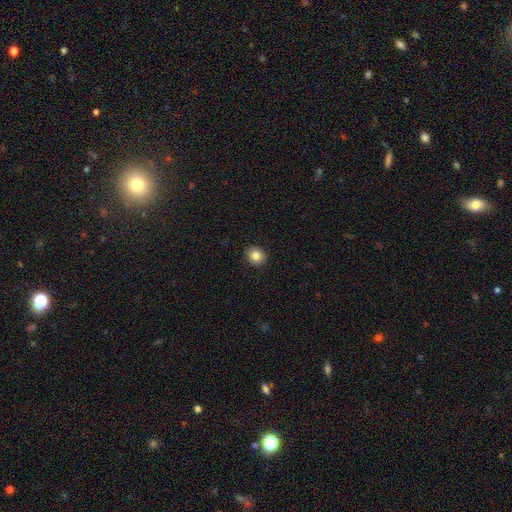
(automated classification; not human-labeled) Morphology: type=smooth (84%); roundness=round (84%); merging=none (92%).